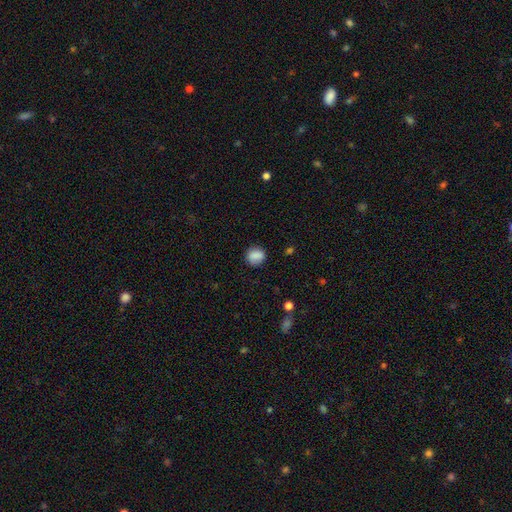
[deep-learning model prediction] The model was most divided on "how rounded": round: 70%, in between: 29%, cigar-shaped: 1%. More confident: smooth or featured — smooth (85%); merging — none (83%).